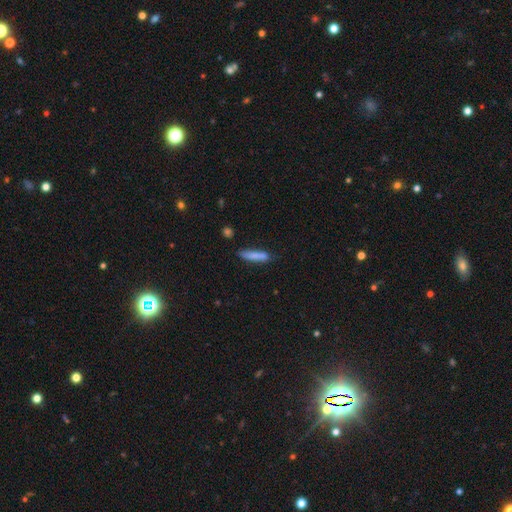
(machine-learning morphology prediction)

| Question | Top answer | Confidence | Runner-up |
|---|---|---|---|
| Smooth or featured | smooth | 80% | featured or disk (13%) |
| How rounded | cigar-shaped | 86% | in between (13%) |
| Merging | none | 72% | minor disturbance (19%) |